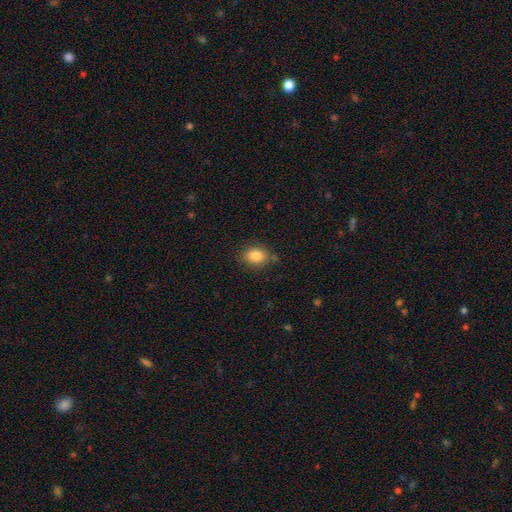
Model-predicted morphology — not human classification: Smooth or featured?
  - smooth: 84% *
  - star or artifact: 9%
  - featured or disk: 7%
How rounded?
  - in between: 57% *
  - round: 41%
  - cigar-shaped: 1%
Merging?
  - none: 80% *
  - minor disturbance: 14%
  - major disturbance: 3%
  - merger: 3%